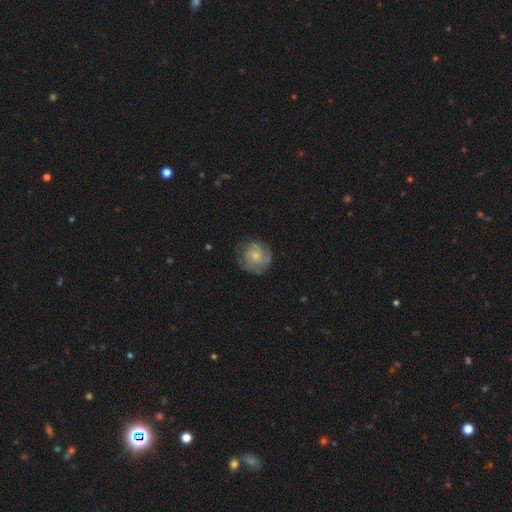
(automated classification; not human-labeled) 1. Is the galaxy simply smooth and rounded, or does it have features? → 54% featured or disk, 39% smooth, 7% star or artifact.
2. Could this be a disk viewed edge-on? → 98% no, 2% yes.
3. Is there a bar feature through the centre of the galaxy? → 80% no, 18% weak, 2% strong.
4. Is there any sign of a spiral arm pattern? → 84% yes, 16% no.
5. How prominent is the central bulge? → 52% small, 37% moderate, 6% none, 3% large, 1% dominant.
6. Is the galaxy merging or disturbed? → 73% none, 19% minor disturbance, 7% major disturbance, 1% merger.